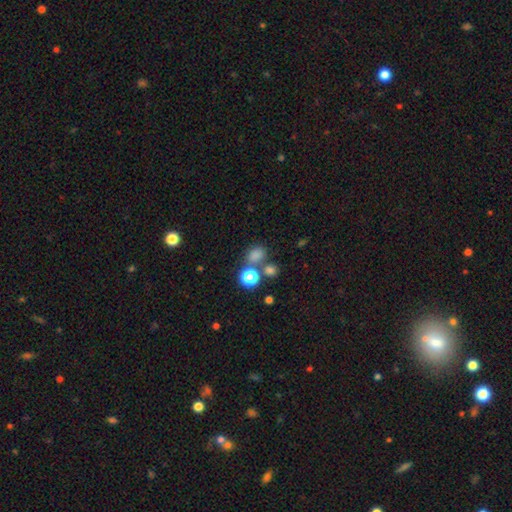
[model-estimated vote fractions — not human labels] Morphology: type=smooth (75%); roundness=round (55%); merging=none (59%).